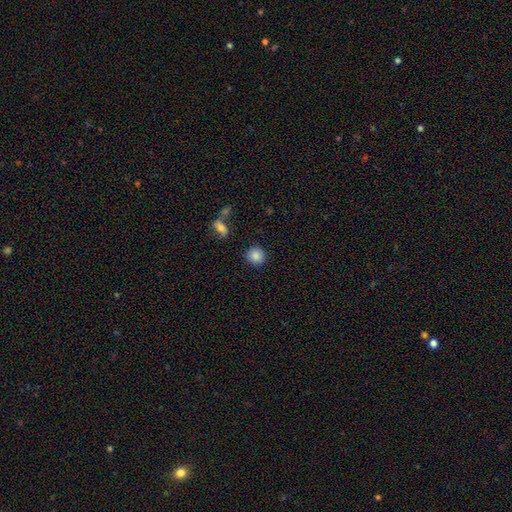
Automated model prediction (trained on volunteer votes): Smooth or featured? Predicted: smooth (p=0.87). How rounded? Predicted: round (p=0.90). Merging? Predicted: none (p=0.89).